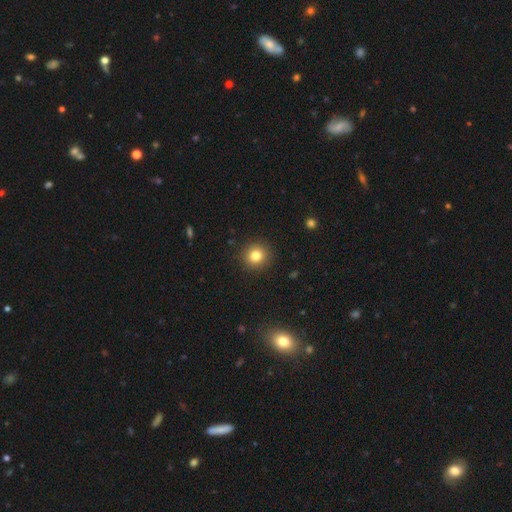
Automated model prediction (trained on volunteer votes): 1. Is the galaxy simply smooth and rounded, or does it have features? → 81% smooth, 12% star or artifact, 7% featured or disk.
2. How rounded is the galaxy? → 90% round, 9% in between, 1% cigar-shaped.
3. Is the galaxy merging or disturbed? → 90% none, 6% minor disturbance, 2% major disturbance, 1% merger.